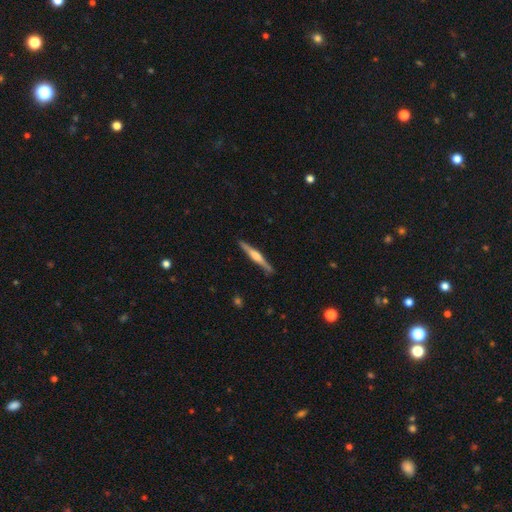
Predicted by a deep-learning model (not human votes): Smooth or featured?
  - featured or disk: 70% *
  - smooth: 25%
  - star or artifact: 5%
Edge-on disk?
  - yes: 98% *
  - no: 2%
Edge-on bulge?
  - rounded: 75% *
  - boxy: 17%
  - none: 8%
Merging?
  - none: 90% *
  - minor disturbance: 7%
  - major disturbance: 1%
  - merger: 1%